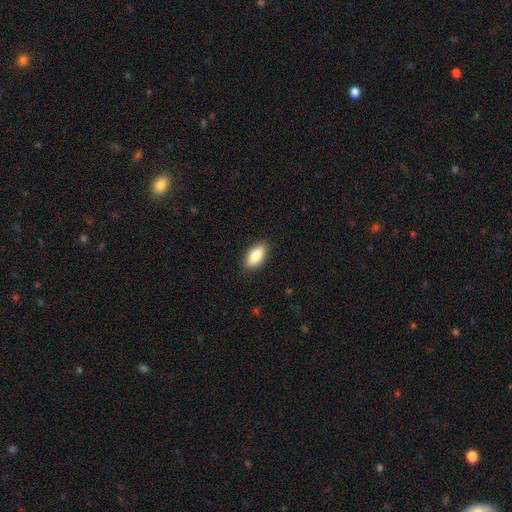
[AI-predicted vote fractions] Morphology: type=smooth (83%); roundness=in between (88%); merging=none (88%).